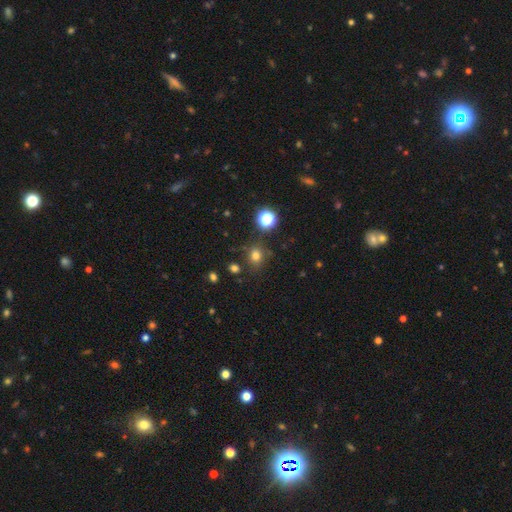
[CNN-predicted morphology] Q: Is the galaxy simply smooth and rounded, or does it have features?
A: smooth — 72%.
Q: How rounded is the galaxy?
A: round — 74%.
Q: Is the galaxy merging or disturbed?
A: none — 79%.